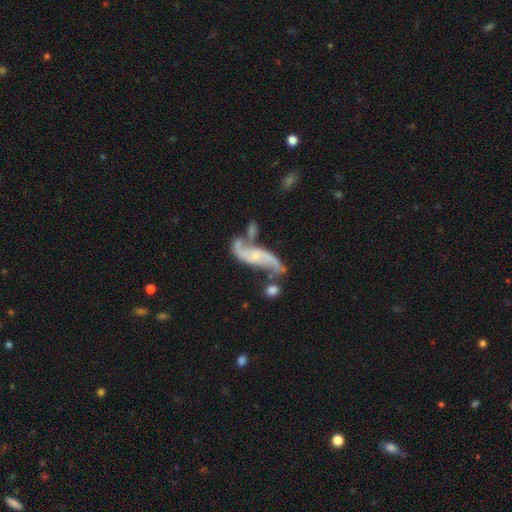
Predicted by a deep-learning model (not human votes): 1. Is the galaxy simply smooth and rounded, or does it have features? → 83% featured or disk, 11% smooth, 6% star or artifact.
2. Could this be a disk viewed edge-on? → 91% no, 9% yes.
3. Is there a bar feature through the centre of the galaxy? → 54% no, 34% weak, 13% strong.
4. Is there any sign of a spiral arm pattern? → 92% yes, 8% no.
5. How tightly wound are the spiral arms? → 79% loose, 16% medium, 5% tight.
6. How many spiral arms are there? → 89% 2, 4% can't tell, 3% 1, 1% 3, 1% 4, 1% more than 4.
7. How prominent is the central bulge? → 57% small, 22% none, 18% moderate, 2% large, 1% dominant.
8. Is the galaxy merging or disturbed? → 38% none, 29% merger, 18% minor disturbance, 15% major disturbance.